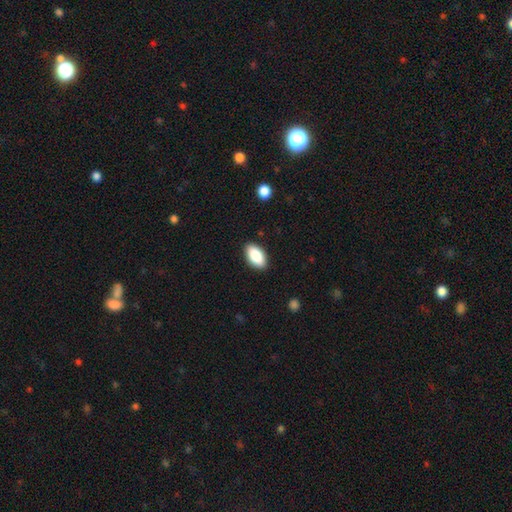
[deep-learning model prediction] Smooth or featured?
  - smooth: 87% *
  - star or artifact: 6%
  - featured or disk: 6%
How rounded?
  - in between: 94% *
  - round: 3%
  - cigar-shaped: 3%
Merging?
  - none: 89% *
  - minor disturbance: 8%
  - major disturbance: 2%
  - merger: 1%